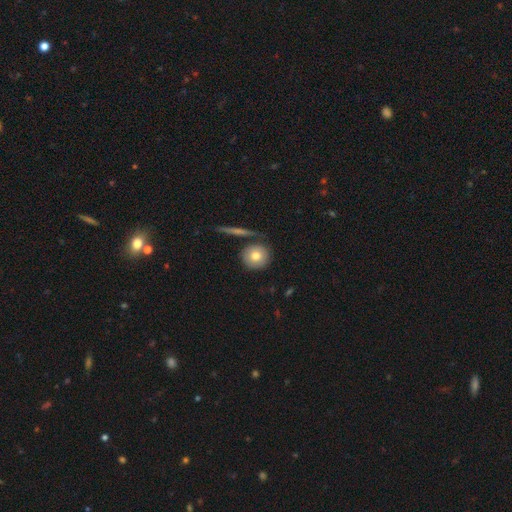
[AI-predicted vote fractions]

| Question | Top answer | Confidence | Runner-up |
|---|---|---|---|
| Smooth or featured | smooth | 75% | featured or disk (18%) |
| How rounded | round | 92% | in between (6%) |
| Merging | none | 79% | minor disturbance (11%) |